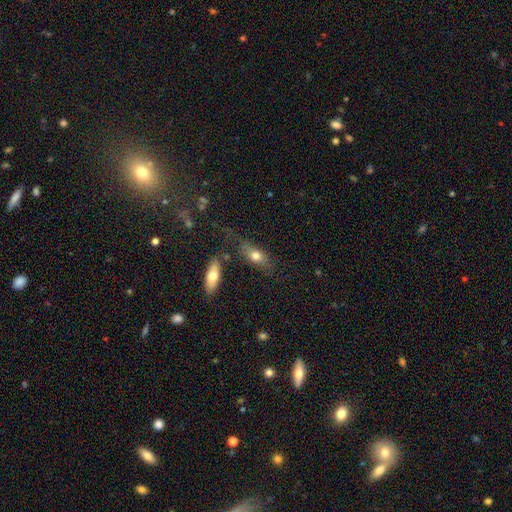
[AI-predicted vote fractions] Smooth or featured? Predicted: smooth (p=0.66). How rounded? Predicted: in between (p=0.67). Merging? Predicted: none (p=0.64).